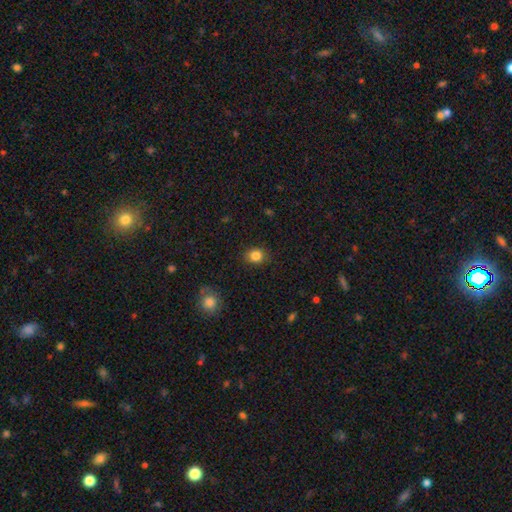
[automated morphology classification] Smooth or featured: smooth — 85% (star or artifact — 11%)
How rounded: round — 70% (in between — 29%)
Merging: none — 87% (minor disturbance — 9%)